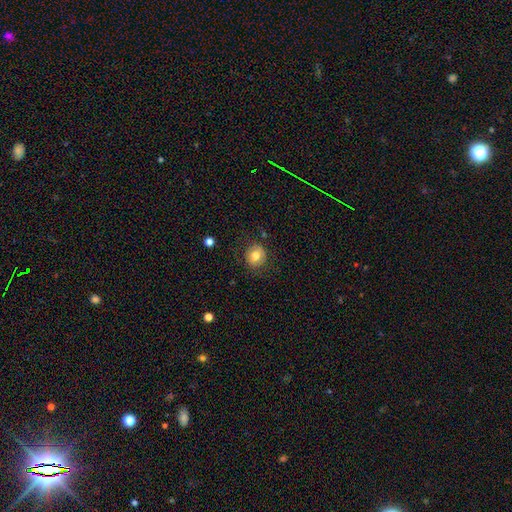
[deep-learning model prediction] The model was most divided on "smooth or featured": smooth: 75%, featured or disk: 15%, star or artifact: 9%. More confident: how rounded — round (82%); merging — none (81%).